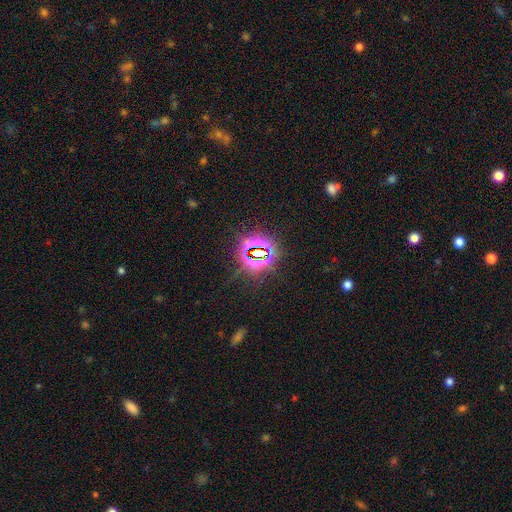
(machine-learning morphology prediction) star or artifact 80%, smooth 12%, featured or disk 8%.